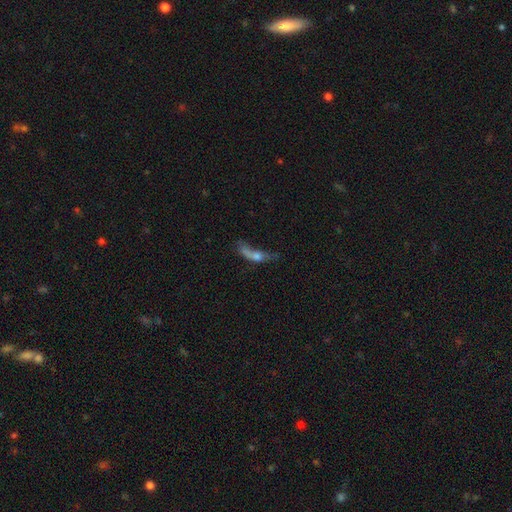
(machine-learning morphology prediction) A smooth galaxy with no disk features (47%).

Vote fractions:
- Smooth or featured? smooth: 47% / featured or disk: 41% / star or artifact: 12%
- Merging? major disturbance: 43% / none: 25% / minor disturbance: 19% / merger: 13%